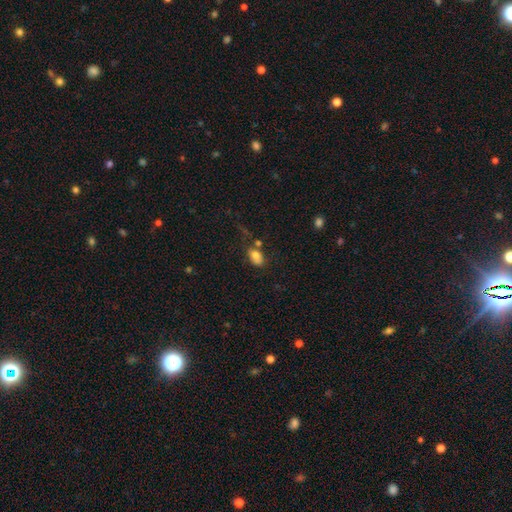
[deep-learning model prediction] Smooth or featured: smooth — 77% (featured or disk — 13%)
How rounded: in between — 87% (round — 11%)
Merging: none — 50% (minor disturbance — 21%)